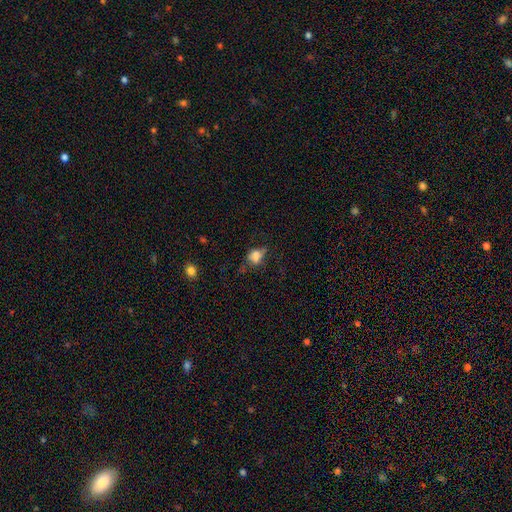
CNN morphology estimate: Smooth or featured? smooth (73%)
How rounded? in between (54%)
Merging? none (44%)